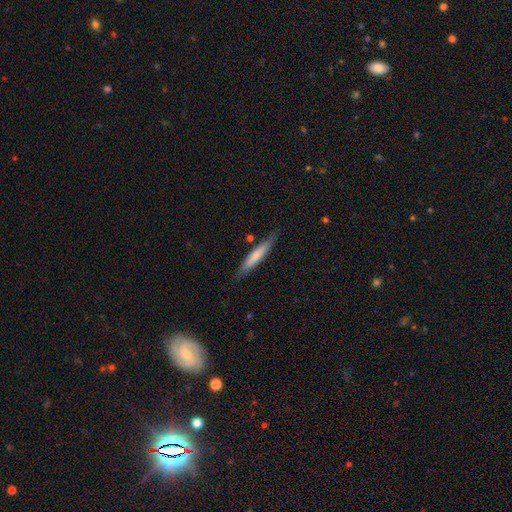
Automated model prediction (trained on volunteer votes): Morphology: type=smooth (64%); roundness=cigar-shaped (92%); merging=none (82%).